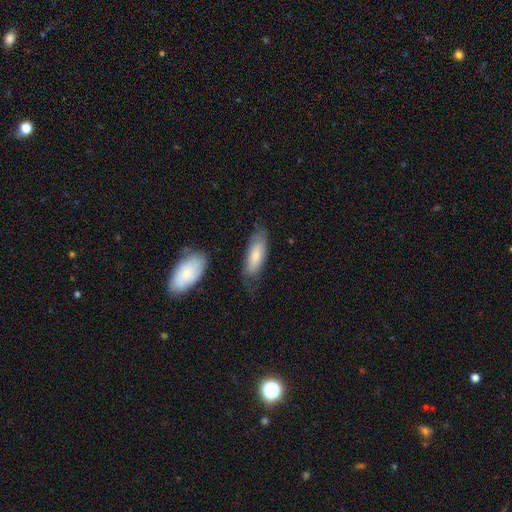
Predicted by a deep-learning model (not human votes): Morphology: type=smooth (74%); roundness=in between (61%); merging=none (65%).